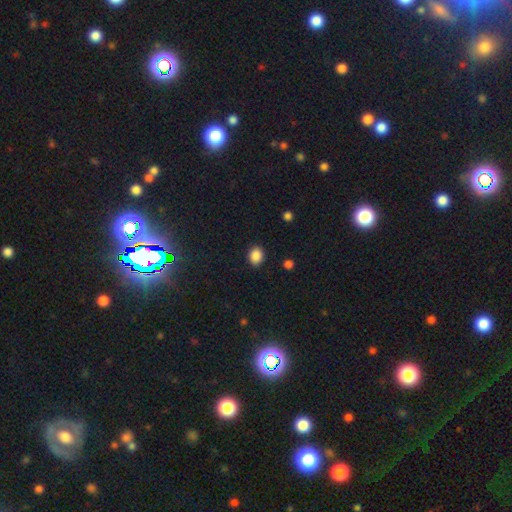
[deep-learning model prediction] Smooth or featured?
  - smooth: 88% *
  - star or artifact: 9%
  - featured or disk: 3%
How rounded?
  - round: 56% *
  - in between: 43%
  - cigar-shaped: 1%
Merging?
  - none: 89% *
  - minor disturbance: 7%
  - major disturbance: 2%
  - merger: 1%